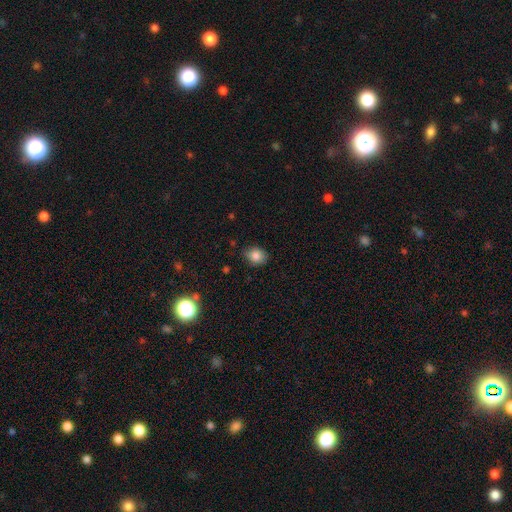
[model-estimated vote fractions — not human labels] Smooth or featured? Predicted: smooth (p=0.84). How rounded? Predicted: in between (p=0.50). Merging? Predicted: none (p=0.83).